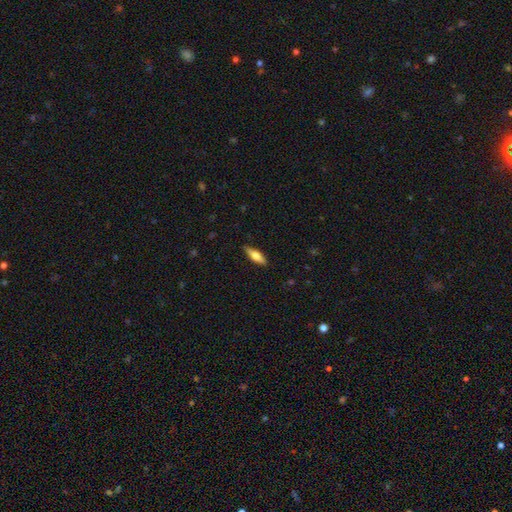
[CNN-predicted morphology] The model was most divided on "how rounded": cigar-shaped: 51%, in between: 46%, round: 2%. More confident: merging — none (87%); smooth or featured — smooth (58%).